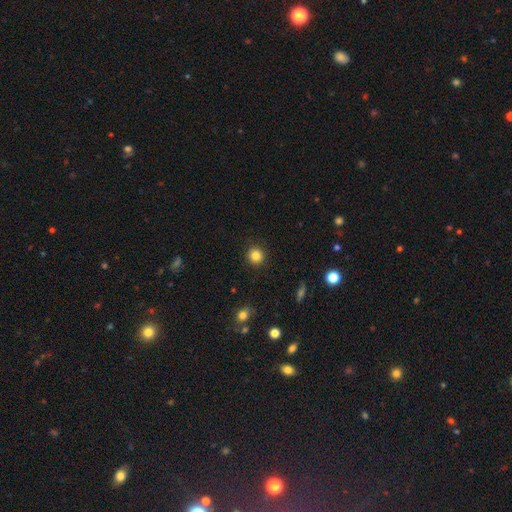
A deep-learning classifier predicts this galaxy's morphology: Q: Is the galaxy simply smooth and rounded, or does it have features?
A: smooth — 84%.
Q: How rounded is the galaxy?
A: round — 94%.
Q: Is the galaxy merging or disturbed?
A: none — 92%.